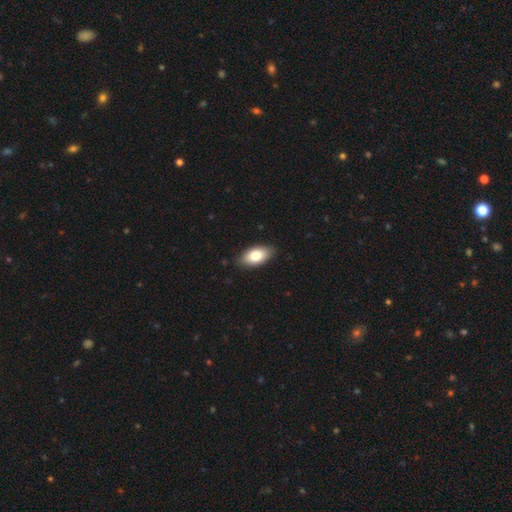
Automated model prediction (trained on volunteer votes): smooth_or_featured: smooth (p=0.79) [alt: featured or disk p=0.14]
how_rounded: in between (p=0.93) [alt: round p=0.04]
merging: none (p=0.86) [alt: minor disturbance p=0.11]